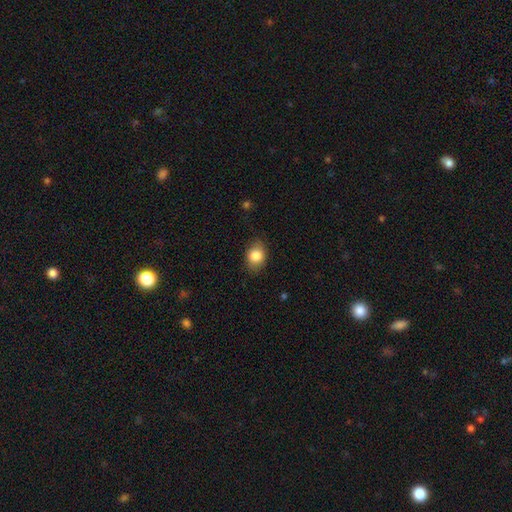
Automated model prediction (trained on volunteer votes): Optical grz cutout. It shows a smooth galaxy with no disk features (84%) that is in between round and cigar-shaped (66%). Merging: none (81%).